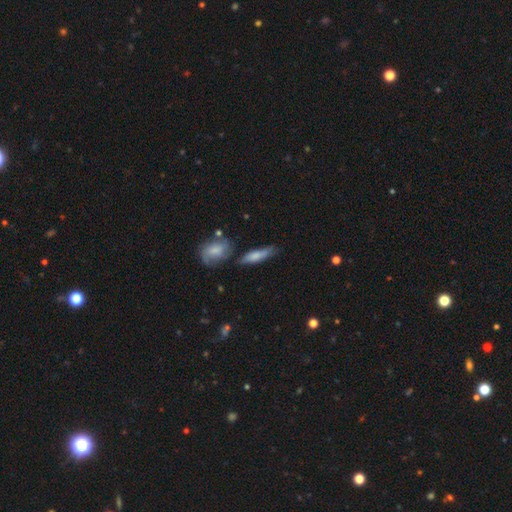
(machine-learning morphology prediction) A smooth galaxy with no disk features (65%) that is cigar-shaped (62%). Merging: none (61%).